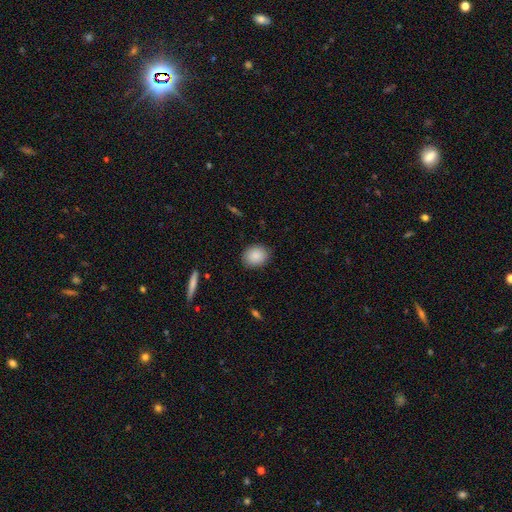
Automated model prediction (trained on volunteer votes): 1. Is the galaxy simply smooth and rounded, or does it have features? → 88% smooth, 7% star or artifact, 5% featured or disk.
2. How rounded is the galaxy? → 52% round, 47% in between, 1% cigar-shaped.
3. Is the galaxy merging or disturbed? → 88% none, 9% minor disturbance, 2% major disturbance, 1% merger.